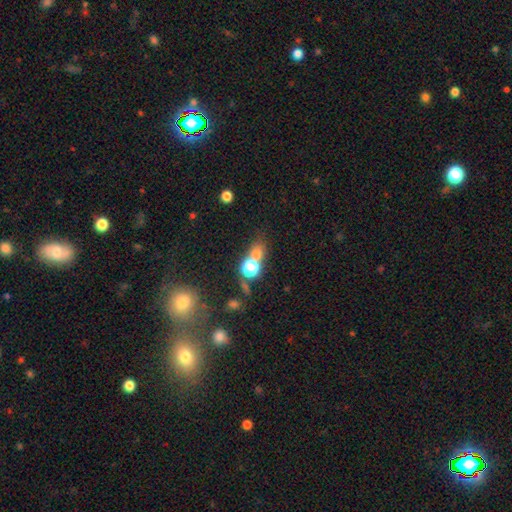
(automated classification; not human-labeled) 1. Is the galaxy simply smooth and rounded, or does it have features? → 62% smooth, 28% star or artifact, 10% featured or disk.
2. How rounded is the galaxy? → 64% round, 32% in between, 4% cigar-shaped.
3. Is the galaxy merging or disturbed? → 51% none, 34% merger, 9% minor disturbance, 6% major disturbance.